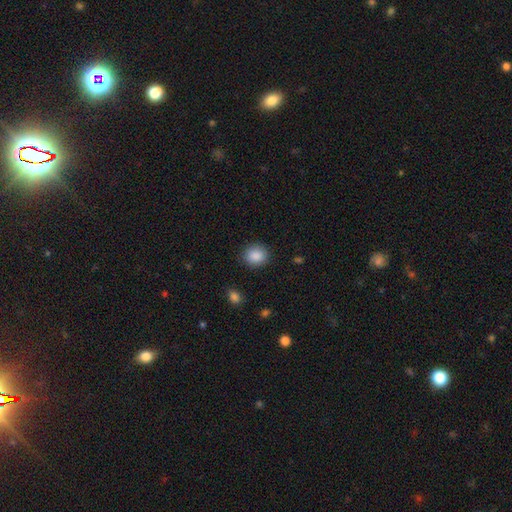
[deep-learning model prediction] smooth_or_featured: smooth (p=0.88) [alt: star or artifact p=0.08]
how_rounded: round (p=0.71) [alt: in between p=0.28]
merging: none (p=0.88) [alt: minor disturbance p=0.08]